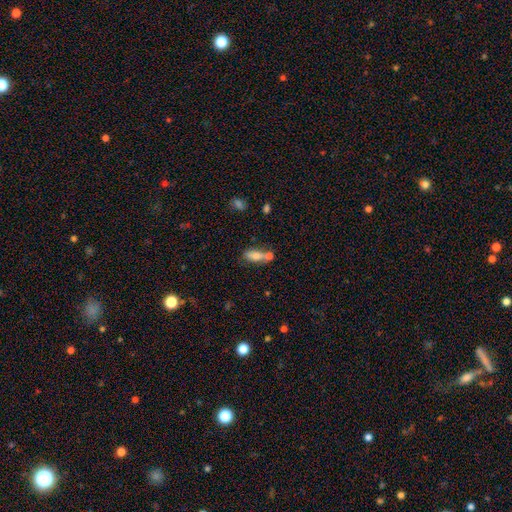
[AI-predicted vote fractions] smooth_or_featured: smooth (p=0.71) [alt: featured or disk p=0.20]
how_rounded: in between (p=0.69) [alt: cigar-shaped p=0.26]
merging: merger (p=0.42) [alt: none p=0.38]